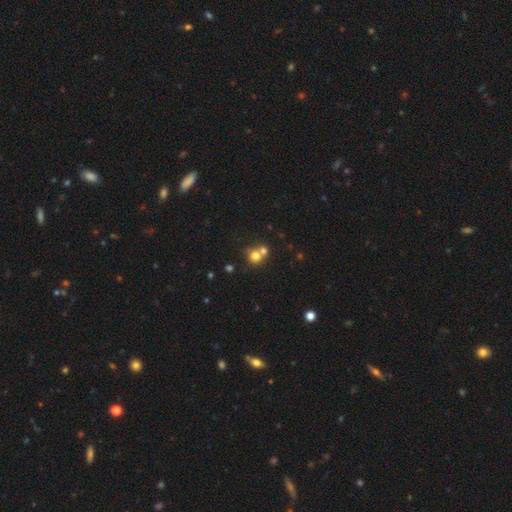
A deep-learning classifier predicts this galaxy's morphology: Smooth or featured: smooth — 74% (star or artifact — 13%)
How rounded: round — 85% (in between — 14%)
Merging: merger — 48% (none — 42%)